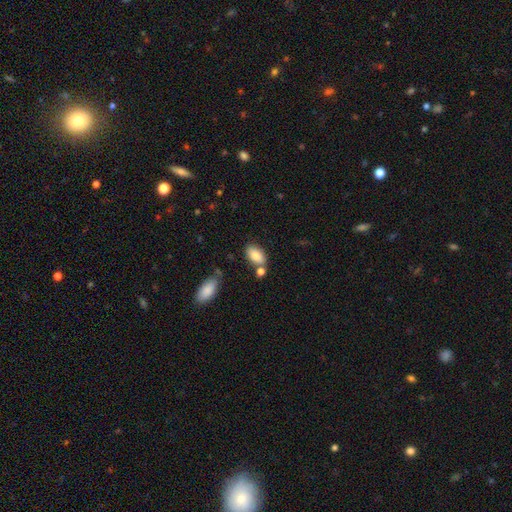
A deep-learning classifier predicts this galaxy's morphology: Smooth or featured? Predicted: smooth (p=0.84). How rounded? Predicted: in between (p=0.92). Merging? Predicted: none (p=0.67).